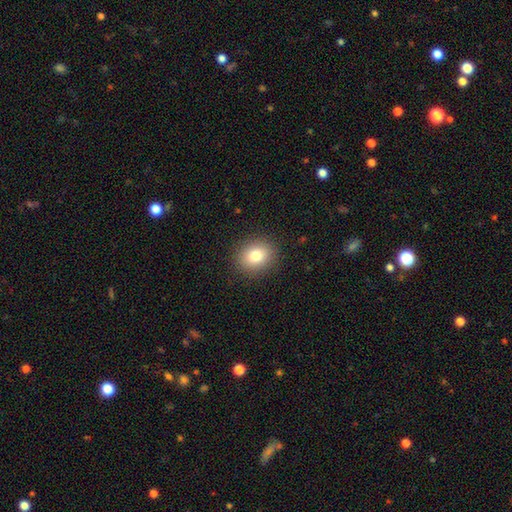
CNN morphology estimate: Overall: smooth (81%). How rounded: round (56%; in between 43%). Merging: none (89%).